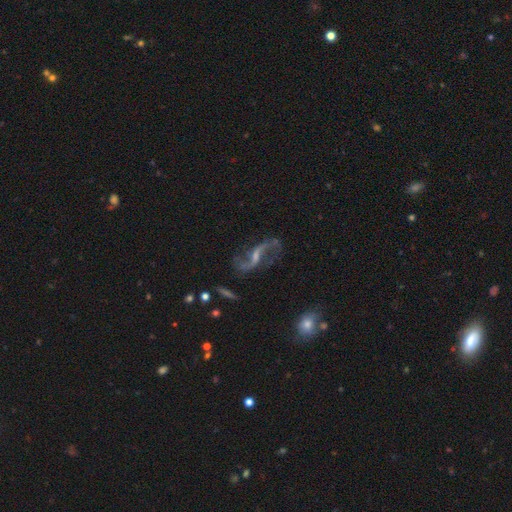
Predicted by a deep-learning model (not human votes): Smooth or featured? Predicted: featured or disk (p=0.87). Edge-on disk? Predicted: no (p=0.95). Bar? Predicted: weak (p=0.50). Spiral arms? Predicted: yes (p=0.94). Spiral winding? Predicted: loose (p=0.84). Spiral arm count? Predicted: 2 (p=0.92). Bulge size? Predicted: small (p=0.51). Merging? Predicted: none (p=0.68).